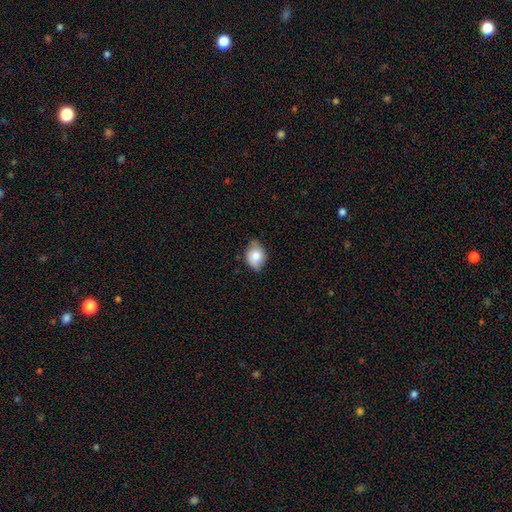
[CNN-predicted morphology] Q: Smooth or featured?
A: smooth (80%); runner-up: featured or disk (12%)
Q: How rounded?
A: in between (70%); runner-up: round (29%)
Q: Merging?
A: none (69%); runner-up: minor disturbance (26%)